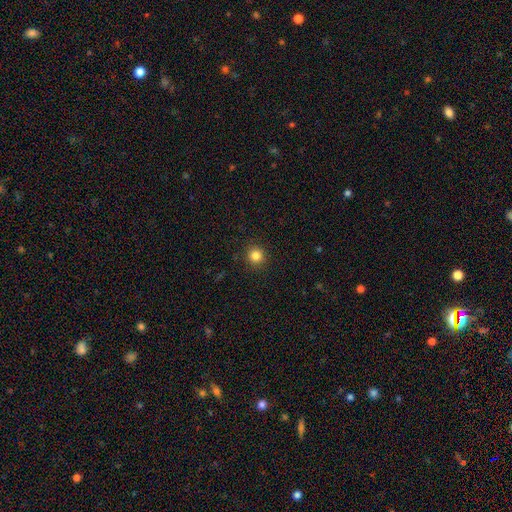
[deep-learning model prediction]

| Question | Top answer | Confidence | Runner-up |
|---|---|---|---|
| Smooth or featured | smooth | 83% | star or artifact (12%) |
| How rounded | round | 93% | in between (6%) |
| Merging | none | 92% | minor disturbance (5%) |